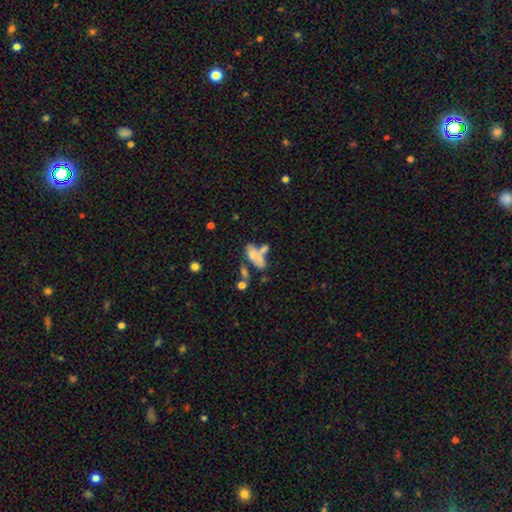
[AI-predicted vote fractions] This is possibly a smooth galaxy (57%). How rounded: likely in between (75%). Merging: possibly merger (49%).